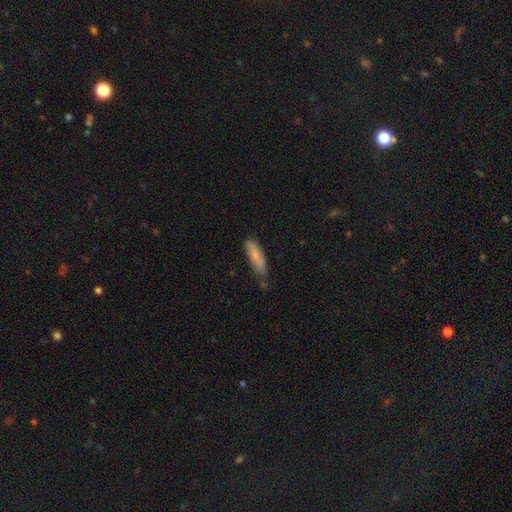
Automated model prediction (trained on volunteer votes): Smooth or featured? smooth (79%)
How rounded? cigar-shaped (57%)
Merging? none (62%)